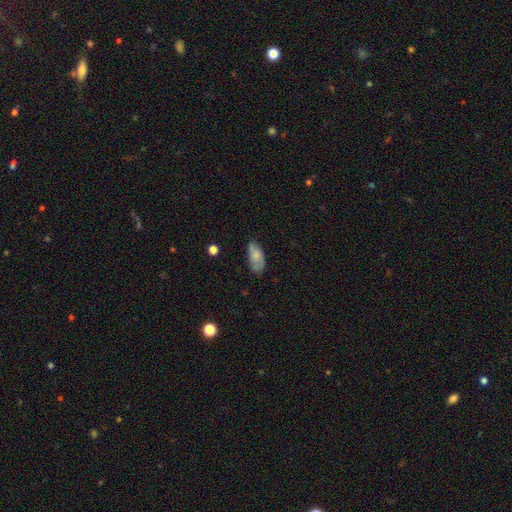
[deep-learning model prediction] A smooth galaxy with no disk features (67%) that is in between round and cigar-shaped (90%). Merging: none (56%).